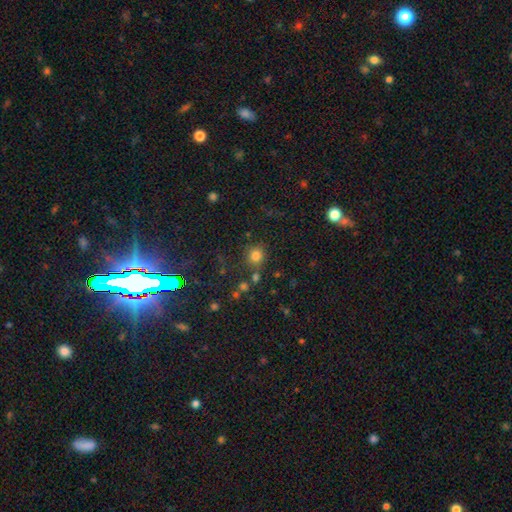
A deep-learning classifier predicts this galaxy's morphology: This appears to be a smooth galaxy with no disk features (77%) that is round (89%). Merging: none (76%).